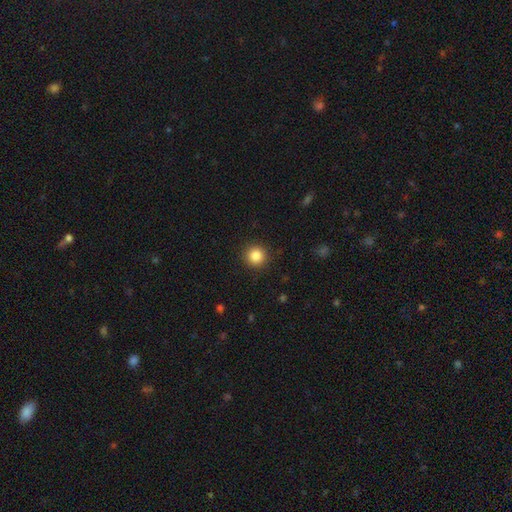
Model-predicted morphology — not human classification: This is clearly a smooth galaxy (86%). How rounded: clearly round (95%). Merging: clearly none (91%).